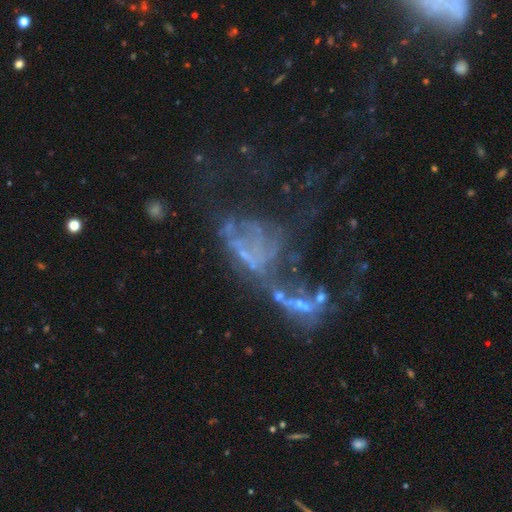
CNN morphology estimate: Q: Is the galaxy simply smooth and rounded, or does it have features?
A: featured or disk — 58%.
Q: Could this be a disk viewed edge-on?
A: no — 89%.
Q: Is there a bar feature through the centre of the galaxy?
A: no — 69%.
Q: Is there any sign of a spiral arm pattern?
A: yes — 55%.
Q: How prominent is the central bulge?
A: small — 40%.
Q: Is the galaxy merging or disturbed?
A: merger — 36%.